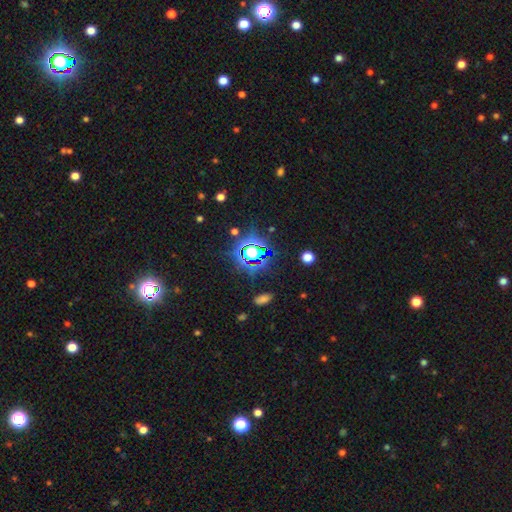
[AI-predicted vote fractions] Overall: star or artifact (67%).